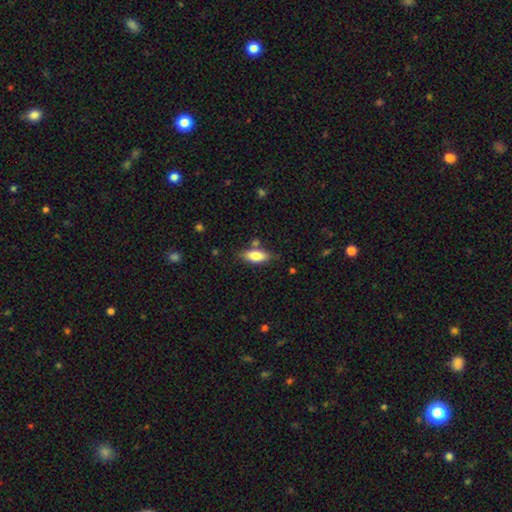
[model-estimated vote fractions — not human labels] Overall: smooth (78%). How rounded: in between (79%). Merging: none (75%).